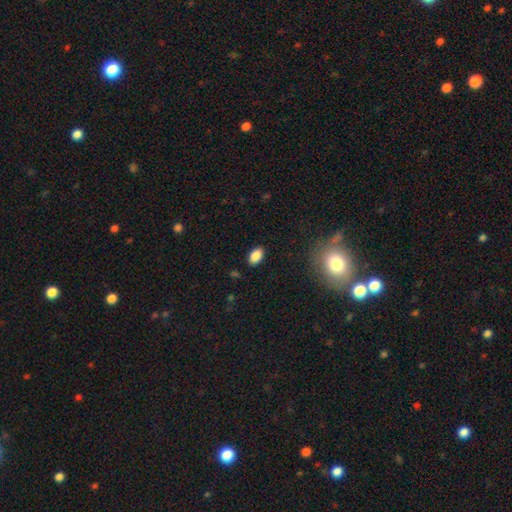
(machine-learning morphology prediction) The model was most divided on "smooth or featured": smooth: 86%, star or artifact: 9%, featured or disk: 5%. More confident: how rounded — in between (92%); merging — none (88%).